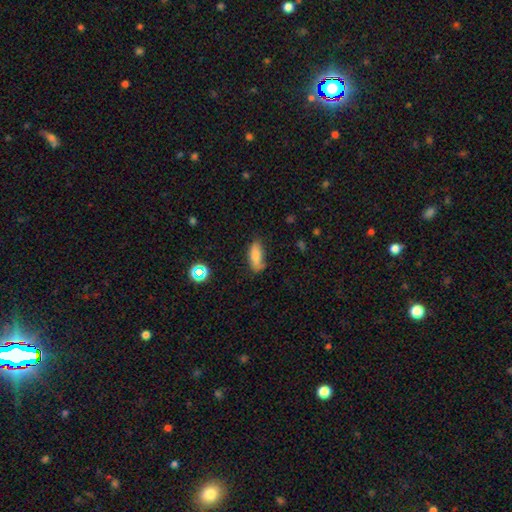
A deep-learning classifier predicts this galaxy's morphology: smooth_or_featured: smooth (p=0.76) [alt: featured or disk p=0.15]
how_rounded: in between (p=0.77) [alt: cigar-shaped p=0.20]
merging: none (p=0.63) [alt: minor disturbance p=0.27]